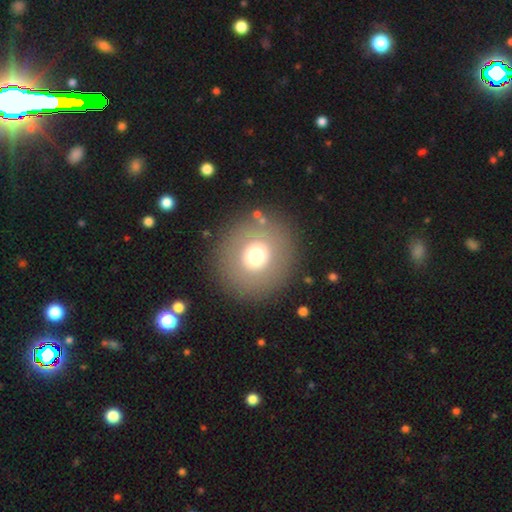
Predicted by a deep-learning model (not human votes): A smooth galaxy with no disk features (68%) that is round (93%).

Vote fractions:
- Smooth or featured? smooth: 68% / featured or disk: 18% / star or artifact: 14%
- How rounded? round: 93% / in between: 6% / cigar-shaped: 1%
- Merging? none: 87% / minor disturbance: 7% / major disturbance: 4% / merger: 2%